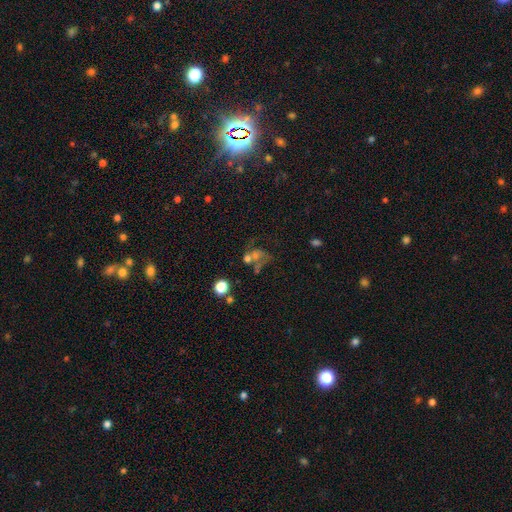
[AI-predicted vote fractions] smooth_or_featured: featured or disk (p=0.36) [alt: smooth p=0.32]
merging: none (p=0.32) [alt: merger p=0.28]